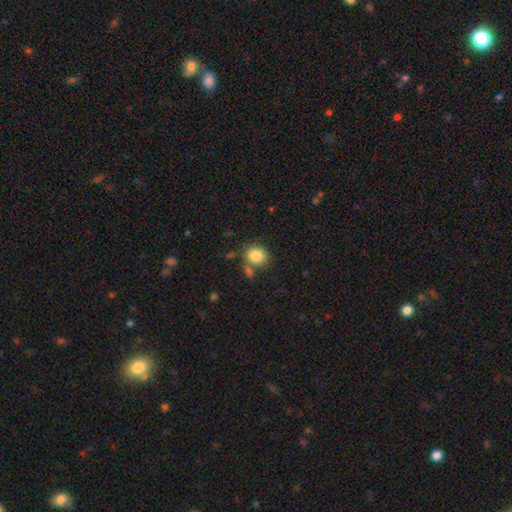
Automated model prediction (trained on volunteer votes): Q: Smooth or featured?
A: smooth (84%); runner-up: star or artifact (9%)
Q: How rounded?
A: round (60%); runner-up: in between (39%)
Q: Merging?
A: none (68%); runner-up: merger (15%)